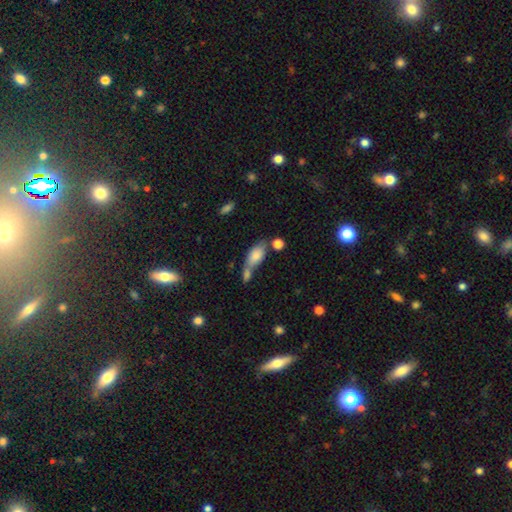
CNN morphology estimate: Smooth or featured? Predicted: smooth (p=0.77). How rounded? Predicted: in between (p=0.86). Merging? Predicted: merger (p=0.43).